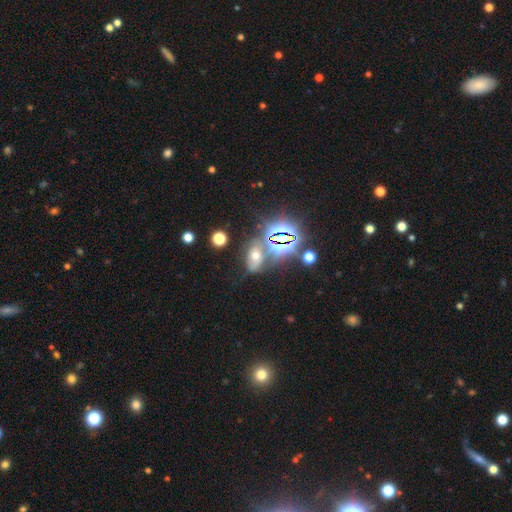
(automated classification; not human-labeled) Smooth or featured? Predicted: star or artifact (p=0.43).